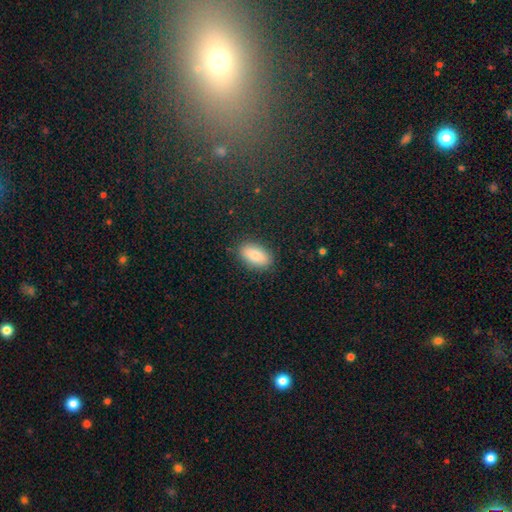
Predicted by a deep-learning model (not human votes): Overall: smooth (85%). How rounded: in between (91%). Merging: none (86%).